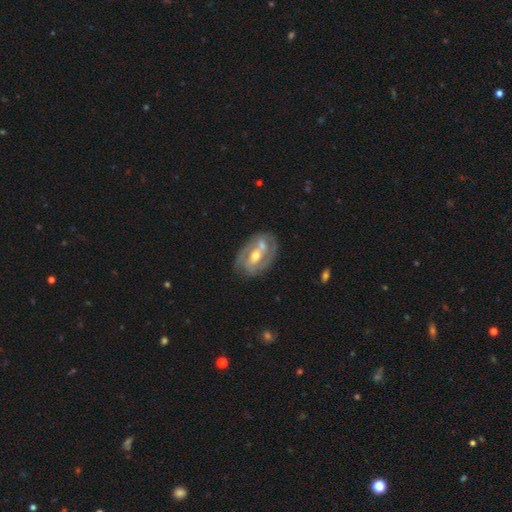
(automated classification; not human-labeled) The model was most divided on "bar": weak: 37%, strong: 34%, no: 29%. Remaining: edge-on disk — no (95%); spiral arms — yes (80%); smooth or featured — featured or disk (80%); spiral arm count — 2 (76%); bulge size — moderate (70%); merging — none (63%); spiral winding — tight (47%).